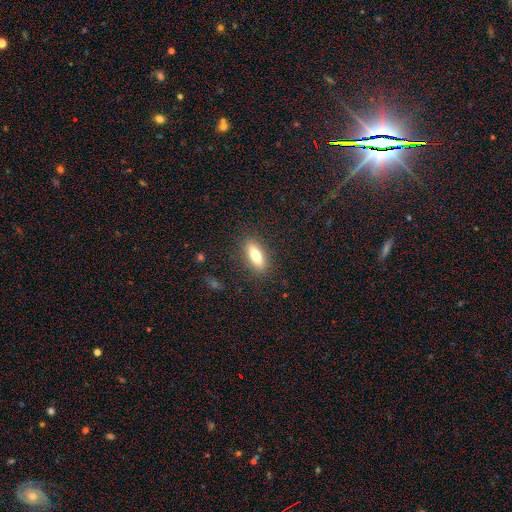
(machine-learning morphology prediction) Smooth or featured?
  - smooth: 69% *
  - featured or disk: 23%
  - star or artifact: 7%
How rounded?
  - in between: 61% *
  - cigar-shaped: 36%
  - round: 3%
Merging?
  - none: 87% *
  - minor disturbance: 9%
  - major disturbance: 3%
  - merger: 1%